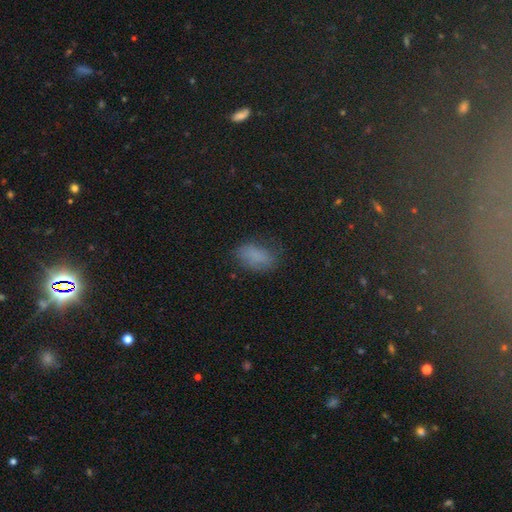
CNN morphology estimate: smooth_or_featured: smooth (p=0.74) [alt: star or artifact p=0.16]
how_rounded: in between (p=0.90) [alt: round p=0.07]
merging: none (p=0.65) [alt: minor disturbance p=0.23]